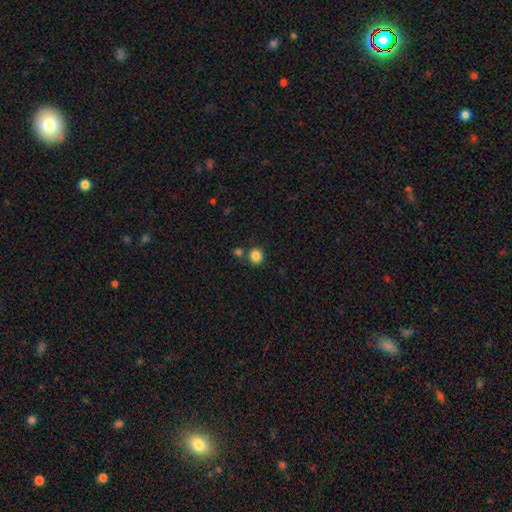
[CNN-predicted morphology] Smooth or featured: smooth — 85% (star or artifact — 11%)
How rounded: round — 93% (in between — 6%)
Merging: none — 78% (merger — 12%)